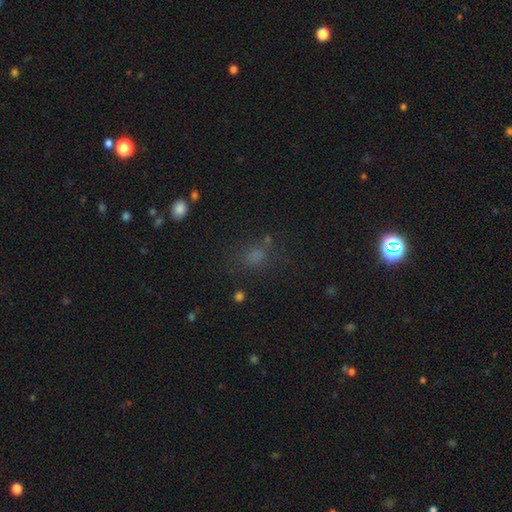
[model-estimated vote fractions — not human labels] smooth-or-featured: smooth: 66% | star or artifact: 25% | featured or disk: 9%
  how-rounded: in between: 49% | round: 48% | cigar-shaped: 2%
  merging: none: 69% | minor disturbance: 16% | major disturbance: 10% | merger: 5%